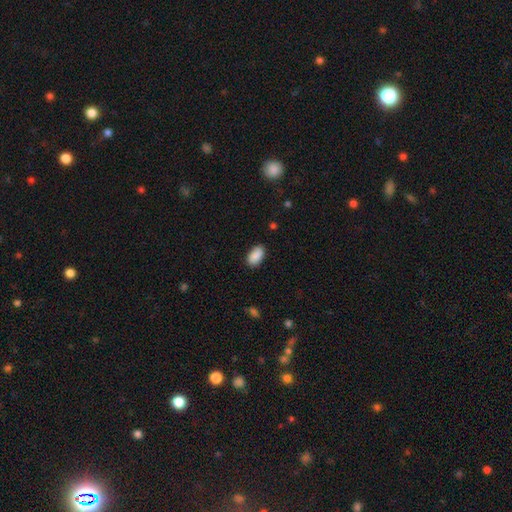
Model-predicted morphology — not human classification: Smooth or featured? smooth (89%)
How rounded? in between (94%)
Merging? none (85%)